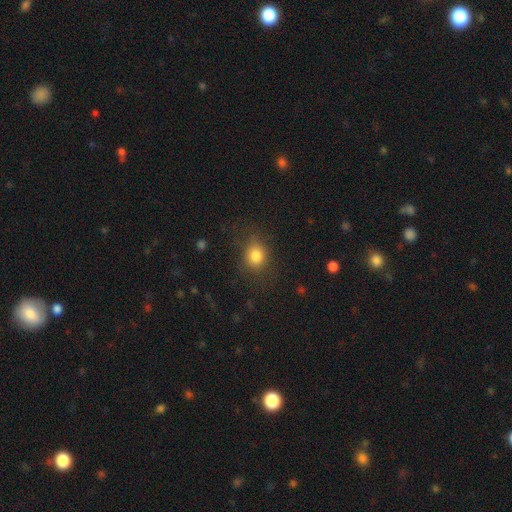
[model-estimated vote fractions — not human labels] Smooth or featured? Predicted: smooth (p=0.82). How rounded? Predicted: round (p=0.64). Merging? Predicted: none (p=0.74).